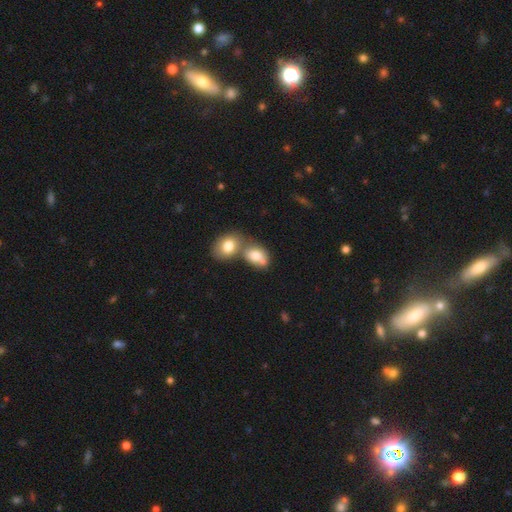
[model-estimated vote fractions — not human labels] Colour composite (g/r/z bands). It shows a smooth galaxy with no disk features (76%) that is in between round and cigar-shaped (72%). Merging: merger (61%).